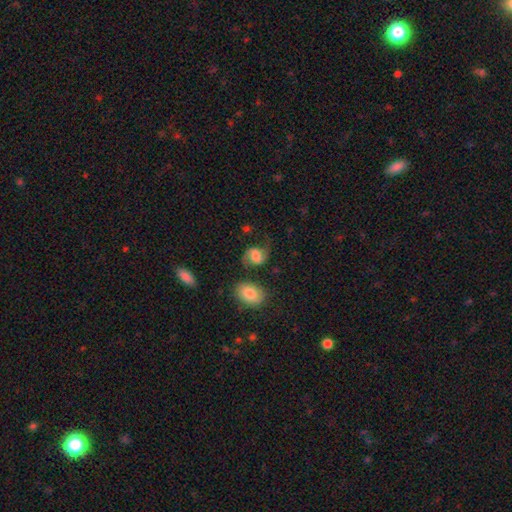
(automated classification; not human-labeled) featured or disk 53%, smooth 37%, star or artifact 9%. Down the decision tree: edge-on disk — no (97%); bar — no (45%); spiral arms — yes (90%); bulge size — moderate (38%); merging — none (58%).